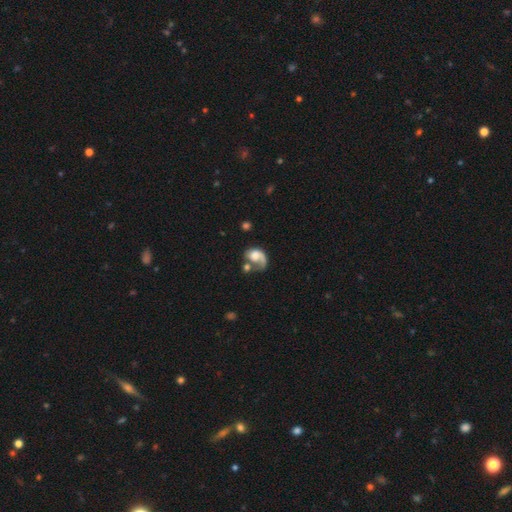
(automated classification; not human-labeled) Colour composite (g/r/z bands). It shows a featured or disk galaxy (58%) with no bar (77%), spiral arms (81%) and a moderate central bulge (32%). Merging: major disturbance (34%).